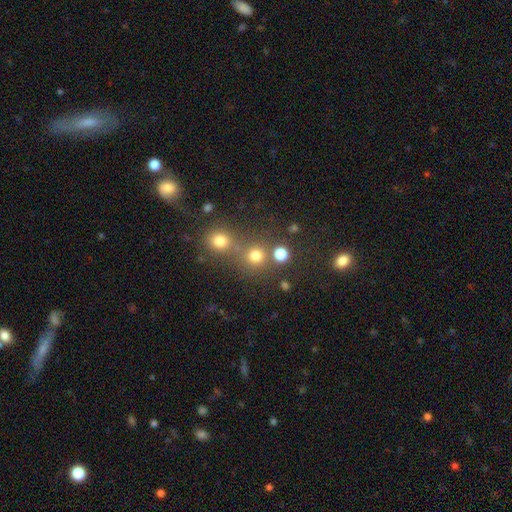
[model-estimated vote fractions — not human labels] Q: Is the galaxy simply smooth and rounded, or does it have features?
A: smooth — 76%.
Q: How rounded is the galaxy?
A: round — 91%.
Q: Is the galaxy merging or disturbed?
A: none — 65%.